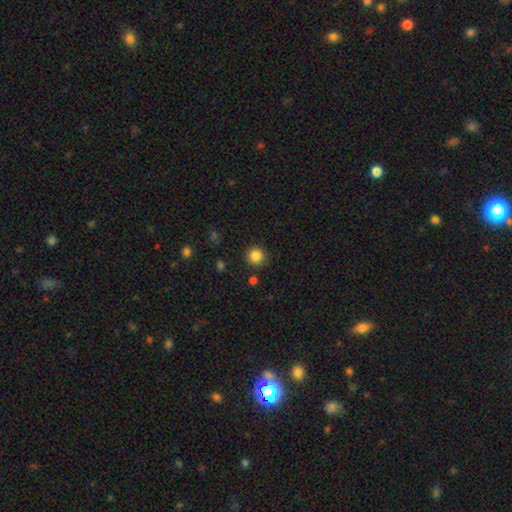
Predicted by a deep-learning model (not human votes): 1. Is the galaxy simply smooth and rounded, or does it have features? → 85% smooth, 11% star or artifact, 4% featured or disk.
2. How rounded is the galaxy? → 94% round, 5% in between, 1% cigar-shaped.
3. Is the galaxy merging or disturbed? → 90% none, 6% minor disturbance, 2% merger, 2% major disturbance.